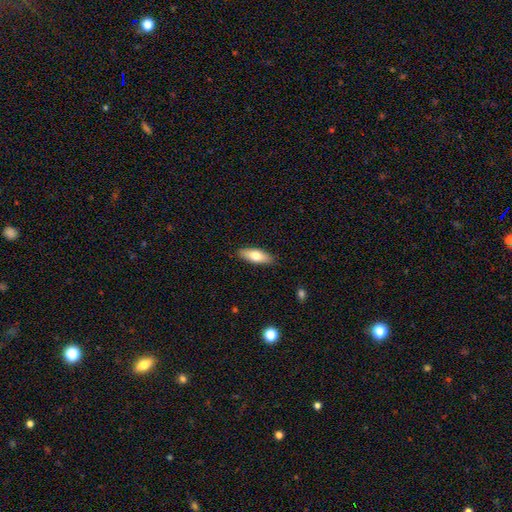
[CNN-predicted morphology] Q: Smooth or featured?
A: smooth (72%); runner-up: featured or disk (22%)
Q: How rounded?
A: in between (70%); runner-up: cigar-shaped (28%)
Q: Merging?
A: none (88%); runner-up: minor disturbance (9%)